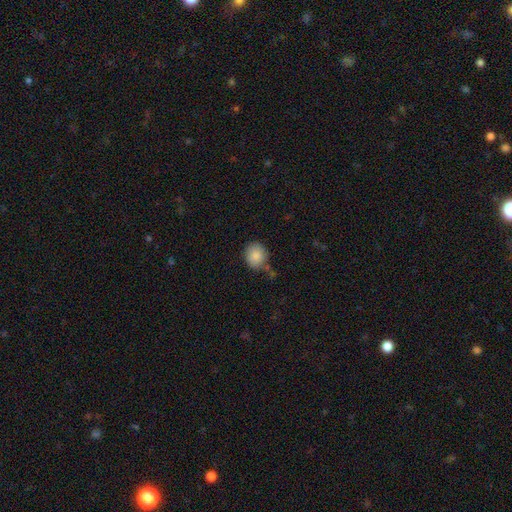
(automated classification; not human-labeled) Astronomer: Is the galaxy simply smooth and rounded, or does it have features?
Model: smooth — 87%.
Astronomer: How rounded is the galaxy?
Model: round — 78%.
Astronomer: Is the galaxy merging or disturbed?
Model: none — 76%.